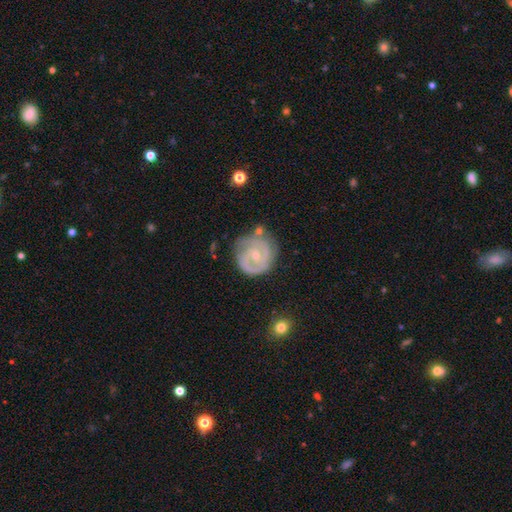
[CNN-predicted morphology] featured or disk 84%, smooth 11%, star or artifact 5%. Down the decision tree: edge-on disk — no (98%); bar — no (62%); spiral arms — yes (94%); spiral arm count — 2 (58%); spiral winding — tight (65%); bulge size — small (67%); merging — none (66%).